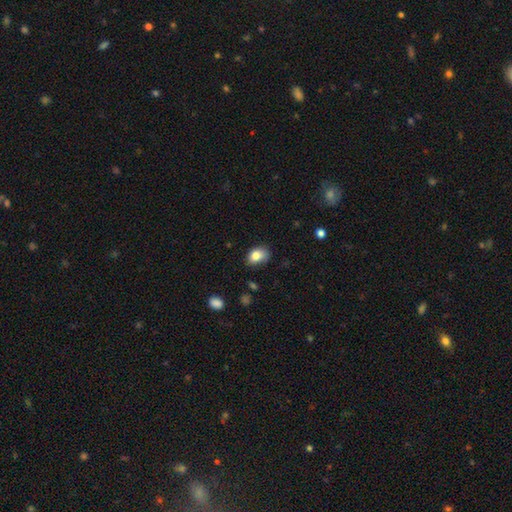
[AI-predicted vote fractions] This appears to be a smooth galaxy with no disk features (82%) that is in between round and cigar-shaped (77%). Merging: none (61%).